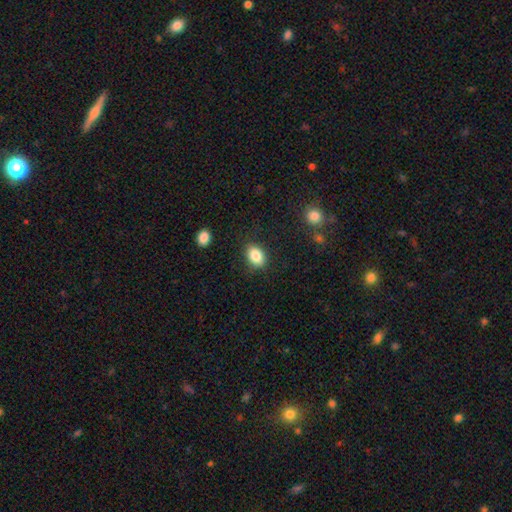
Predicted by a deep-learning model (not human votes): Smooth or featured? Predicted: smooth (p=0.86). How rounded? Predicted: in between (p=0.77). Merging? Predicted: none (p=0.84).